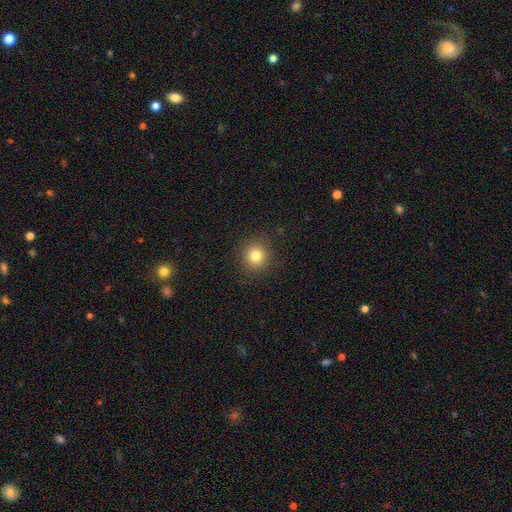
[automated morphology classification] Smooth or featured: smooth — 80% (star or artifact — 13%)
How rounded: round — 91% (in between — 8%)
Merging: none — 90% (minor disturbance — 7%)